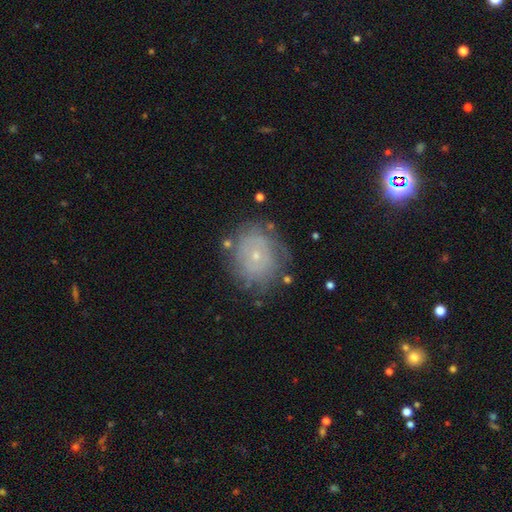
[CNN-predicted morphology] Smooth or featured?
  - featured or disk: 58% *
  - smooth: 30%
  - star or artifact: 11%
Edge-on disk?
  - no: 97% *
  - yes: 3%
Bar?
  - no: 86% *
  - weak: 12%
  - strong: 2%
Spiral arms?
  - yes: 68% *
  - no: 32%
Bulge size?
  - small: 79% *
  - moderate: 17%
  - none: 2%
  - large: 1%
  - dominant: 1%
Merging?
  - none: 72% *
  - minor disturbance: 18%
  - major disturbance: 7%
  - merger: 2%